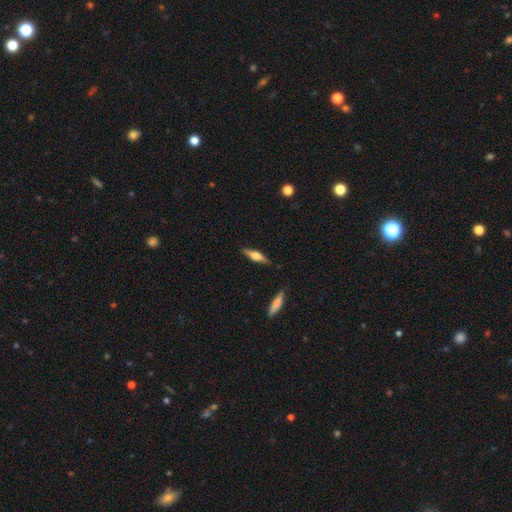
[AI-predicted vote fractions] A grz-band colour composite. It shows a featured or disk galaxy (52%) viewed edge-on (95%). Merging: none (85%).